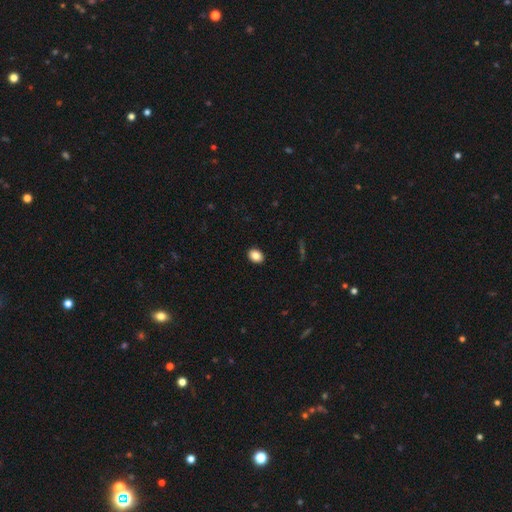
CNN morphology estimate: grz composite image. It shows a smooth galaxy with no disk features (86%) that is in between round and cigar-shaped (69%). Merging: none (91%).